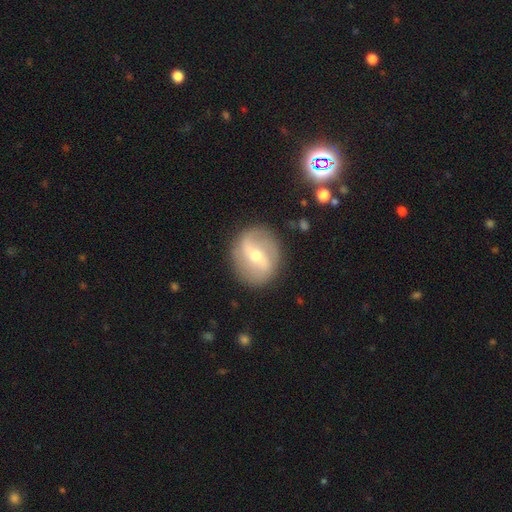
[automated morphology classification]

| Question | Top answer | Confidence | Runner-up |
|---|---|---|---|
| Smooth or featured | featured or disk | 73% | smooth (20%) |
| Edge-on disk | no | 93% | yes (7%) |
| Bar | strong | 47% | weak (38%) |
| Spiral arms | yes | 75% | no (25%) |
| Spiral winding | loose | 52% | medium (32%) |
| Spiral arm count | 2 | 84% | can't tell (8%) |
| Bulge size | moderate | 53% | small (42%) |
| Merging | none | 84% | minor disturbance (10%) |